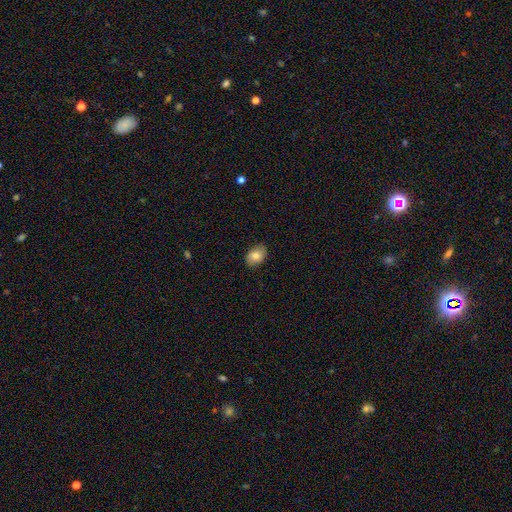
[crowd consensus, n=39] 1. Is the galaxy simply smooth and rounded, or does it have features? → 79% smooth, 13% featured or disk, 8% star or artifact.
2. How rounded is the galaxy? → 90% in between, 10% round, 0% cigar-shaped.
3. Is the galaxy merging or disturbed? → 97% none, 3% minor disturbance, 0% major disturbance, 0% merger.